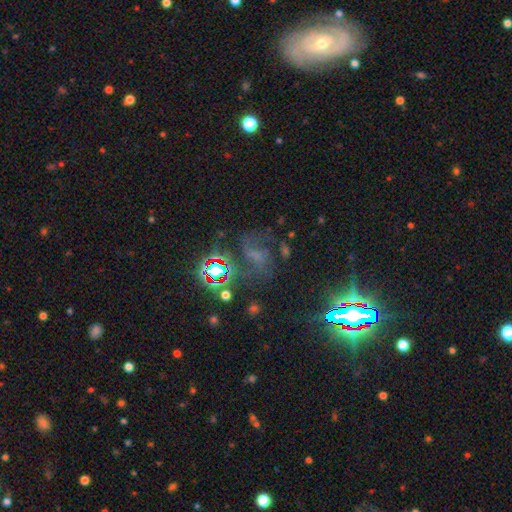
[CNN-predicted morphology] Q: Smooth or featured?
A: featured or disk (40%); runner-up: star or artifact (35%)
Q: Merging?
A: none (48%); runner-up: major disturbance (26%)